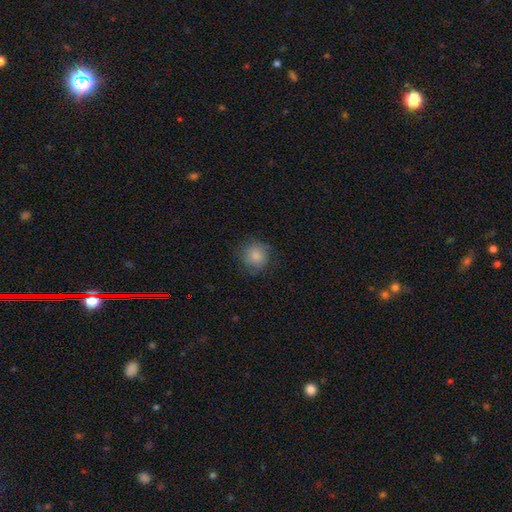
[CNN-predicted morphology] smooth_or_featured: smooth (p=0.83) [alt: star or artifact p=0.09]
how_rounded: round (p=0.91) [alt: in between p=0.08]
merging: none (p=0.79) [alt: minor disturbance p=0.15]